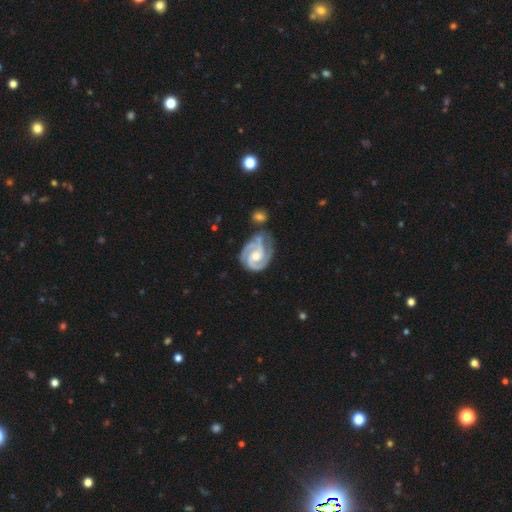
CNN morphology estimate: featured or disk 91%, smooth 5%, star or artifact 4%. Down the decision tree: edge-on disk — no (98%); bar — no (51%); spiral arms — yes (98%); spiral arm count — 2 (64%); spiral winding — tight (56%); bulge size — moderate (58%); merging — none (57%).